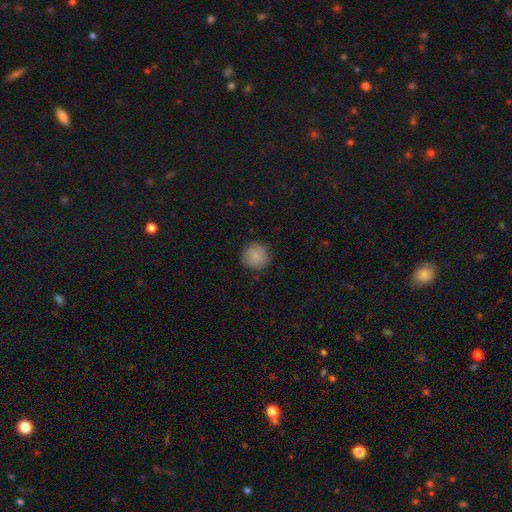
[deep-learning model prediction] Overall: smooth (86%). How rounded: round (93%). Merging: none (85%).